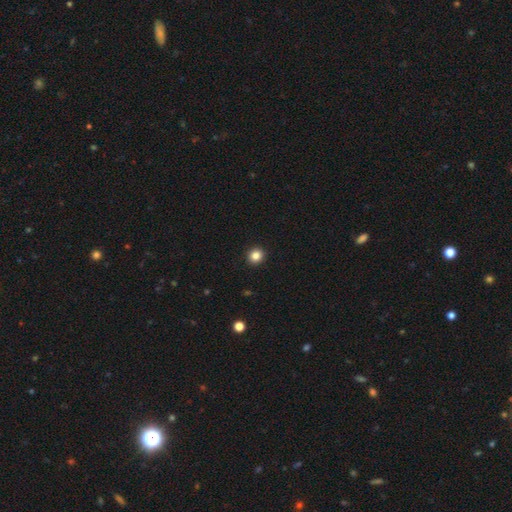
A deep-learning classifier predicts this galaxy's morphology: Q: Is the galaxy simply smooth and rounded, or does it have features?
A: smooth — 84%.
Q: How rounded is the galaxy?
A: round — 88%.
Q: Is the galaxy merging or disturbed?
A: none — 93%.